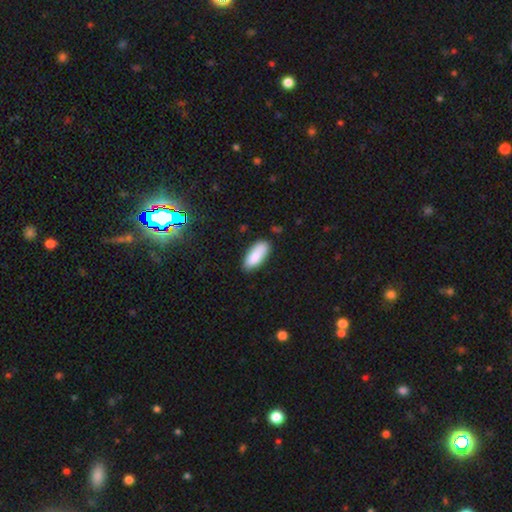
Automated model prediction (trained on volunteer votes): This appears to be a smooth galaxy with no disk features (87%) that is in between round and cigar-shaped (83%). Merging: none (82%).